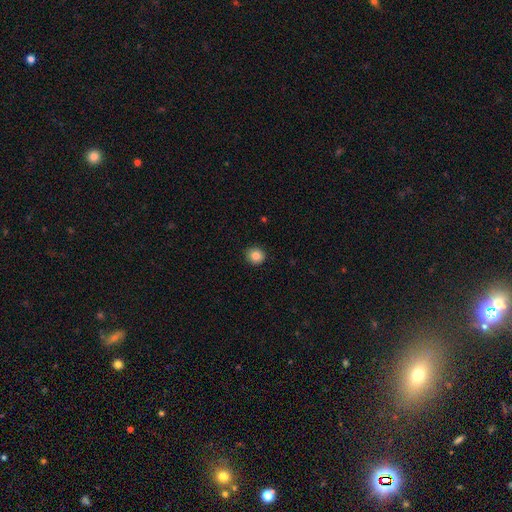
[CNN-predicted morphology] A smooth galaxy with no disk features (86%) that is round (90%). Merging: none (92%).